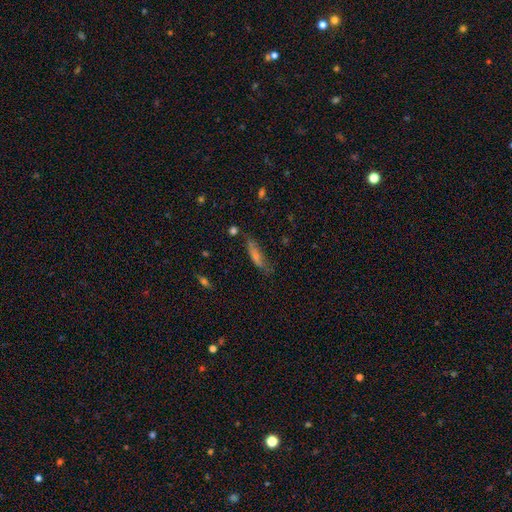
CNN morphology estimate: smooth_or_featured: smooth (p=0.48) [alt: featured or disk p=0.38]
merging: none (p=0.73) [alt: minor disturbance p=0.19]